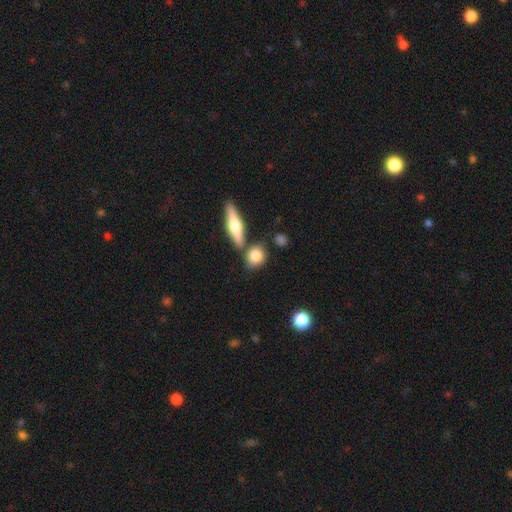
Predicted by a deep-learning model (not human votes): smooth-or-featured: smooth: 79% | featured or disk: 14% | star or artifact: 8%
  how-rounded: round: 56% | in between: 38% | cigar-shaped: 6%
  merging: none: 68% | merger: 15% | minor disturbance: 13% | major disturbance: 4%